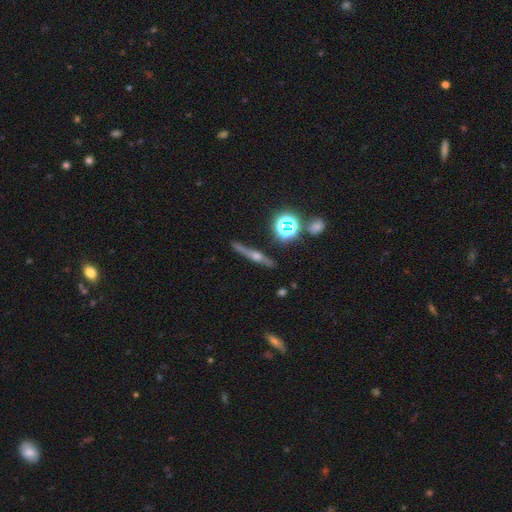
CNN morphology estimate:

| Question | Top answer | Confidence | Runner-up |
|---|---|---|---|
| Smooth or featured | featured or disk | 65% | smooth (18%) |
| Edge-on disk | yes | 93% | no (7%) |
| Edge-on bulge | rounded | 90% | none (5%) |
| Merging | none | 83% | minor disturbance (11%) |